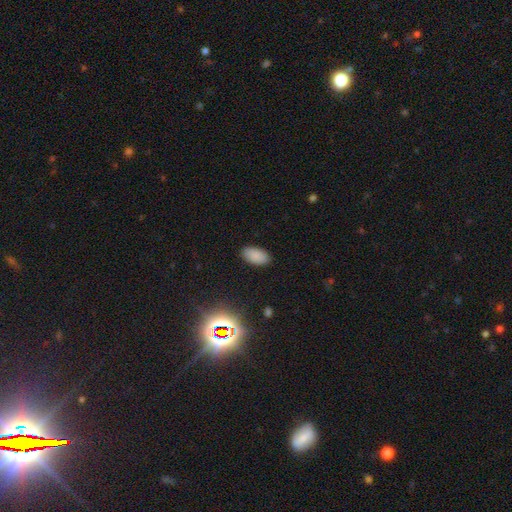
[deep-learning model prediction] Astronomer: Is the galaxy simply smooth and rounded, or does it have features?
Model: smooth — 86%.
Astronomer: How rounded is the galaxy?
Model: in between — 95%.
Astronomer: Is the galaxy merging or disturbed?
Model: none — 89%.